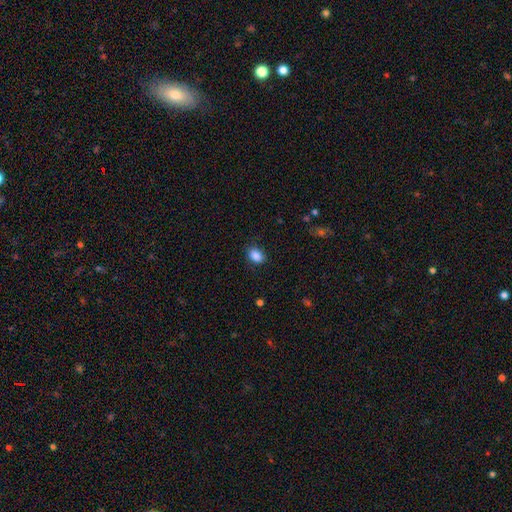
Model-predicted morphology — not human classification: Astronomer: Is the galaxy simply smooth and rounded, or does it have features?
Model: smooth — 88%.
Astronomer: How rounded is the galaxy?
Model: in between — 75%.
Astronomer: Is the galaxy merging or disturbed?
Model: none — 82%.